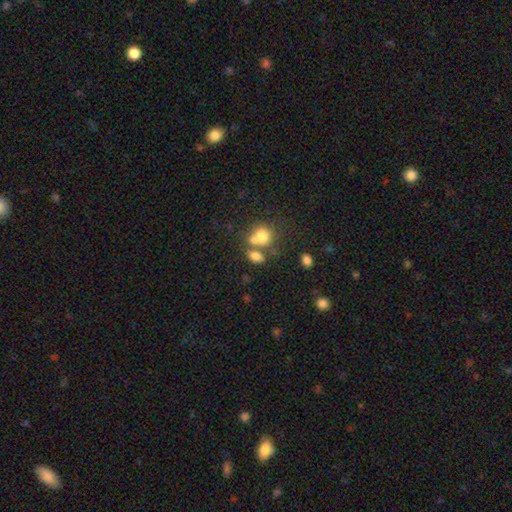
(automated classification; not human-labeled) smooth-or-featured: smooth: 75% | star or artifact: 12% | featured or disk: 12%
  how-rounded: in between: 71% | round: 27% | cigar-shaped: 2%
  merging: merger: 43% | none: 42% | minor disturbance: 10% | major disturbance: 6%